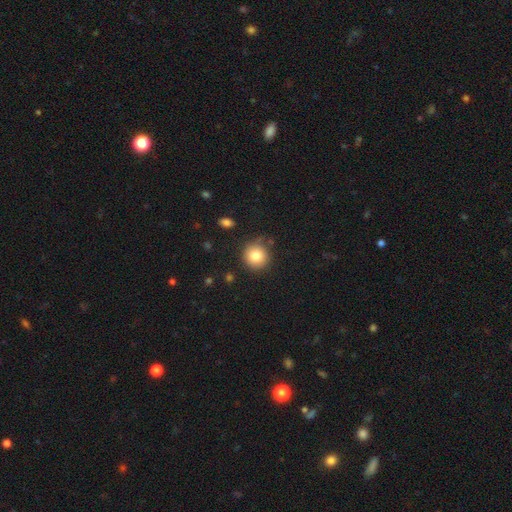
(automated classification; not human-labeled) smooth-or-featured: smooth: 82% | star or artifact: 10% | featured or disk: 8%
  how-rounded: round: 93% | in between: 6% | cigar-shaped: 1%
  merging: none: 82% | minor disturbance: 12% | major disturbance: 3% | merger: 3%